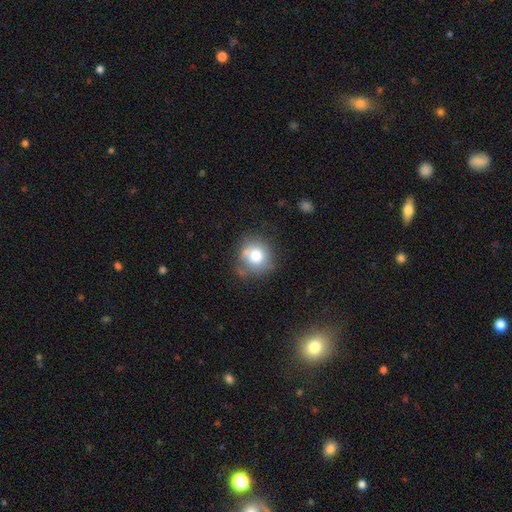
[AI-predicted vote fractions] Smooth or featured: smooth — 76% (featured or disk — 14%)
How rounded: round — 87% (in between — 12%)
Merging: none — 65% (minor disturbance — 23%)